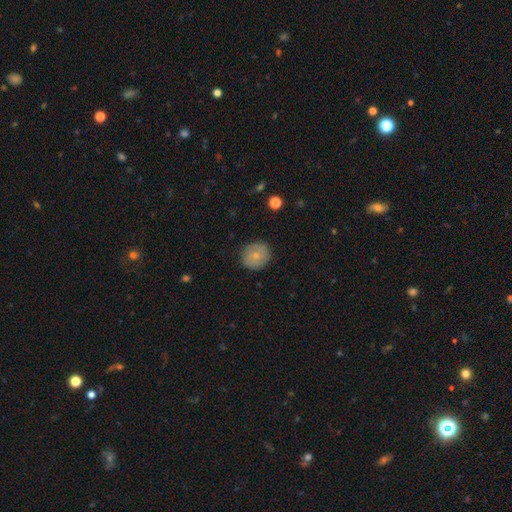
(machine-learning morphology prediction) Smooth or featured: smooth — 71% (featured or disk — 21%)
How rounded: round — 87% (in between — 12%)
Merging: none — 85% (minor disturbance — 11%)